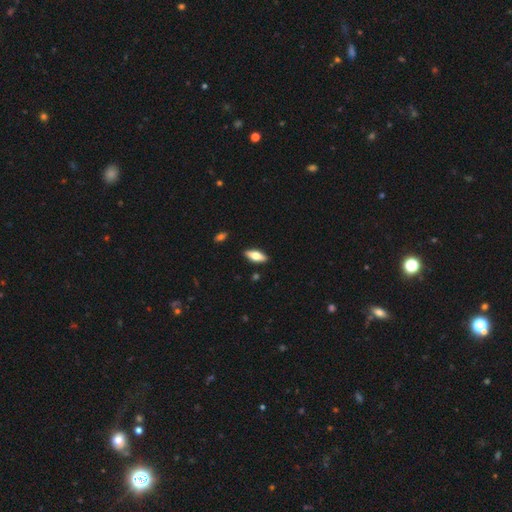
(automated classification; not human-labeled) Overall: smooth (61%; featured or disk 32%). How rounded: in between (74%). Merging: none (89%).